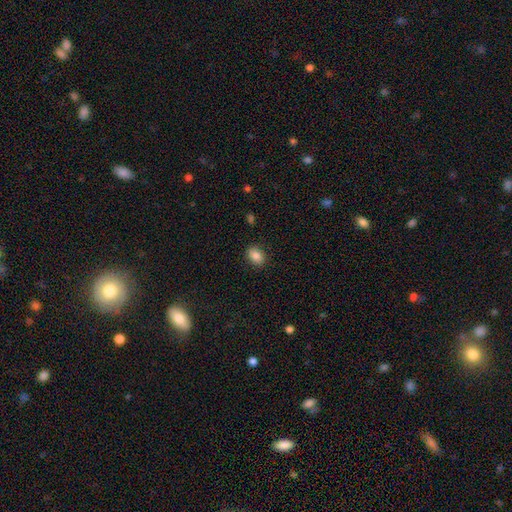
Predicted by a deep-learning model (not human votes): Smooth or featured? Predicted: smooth (p=0.85). How rounded? Predicted: in between (p=0.69). Merging? Predicted: none (p=0.87).